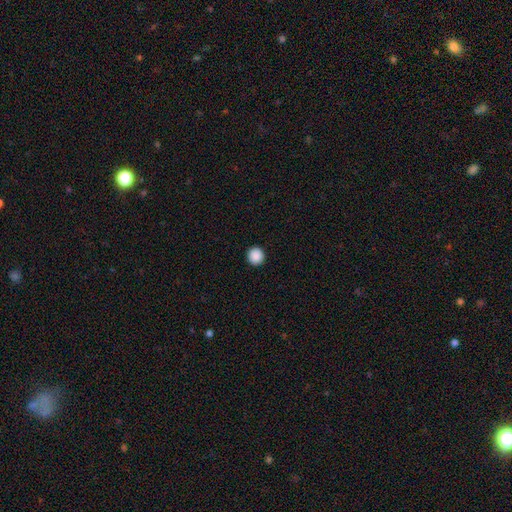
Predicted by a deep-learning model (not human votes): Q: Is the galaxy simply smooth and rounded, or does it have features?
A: smooth — 89%.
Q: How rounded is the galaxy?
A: round — 95%.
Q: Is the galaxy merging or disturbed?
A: none — 94%.